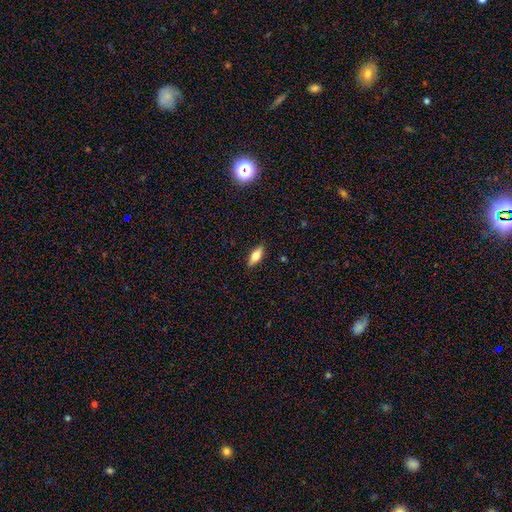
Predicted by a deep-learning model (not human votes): smooth_or_featured: smooth (p=0.65) [alt: featured or disk p=0.27]
how_rounded: in between (p=0.70) [alt: cigar-shaped p=0.28]
merging: none (p=0.89) [alt: minor disturbance p=0.08]